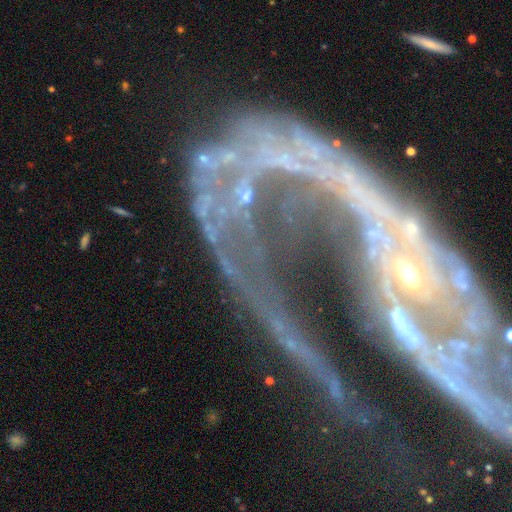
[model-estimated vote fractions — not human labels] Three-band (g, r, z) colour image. It shows a featured or disk galaxy (53%). Merging: none (45%).